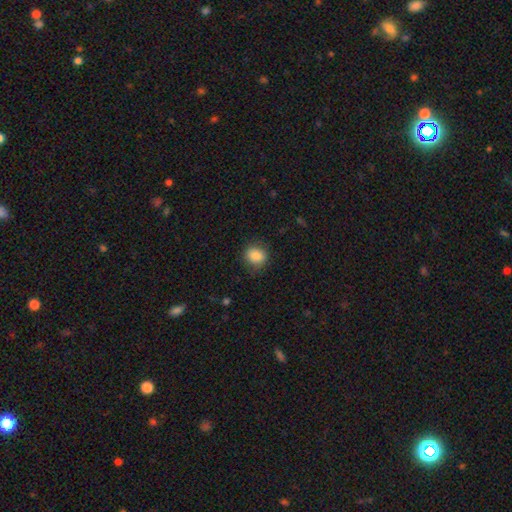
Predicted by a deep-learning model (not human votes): A smooth galaxy with no disk features (84%) that is round (70%). Merging: none (84%).